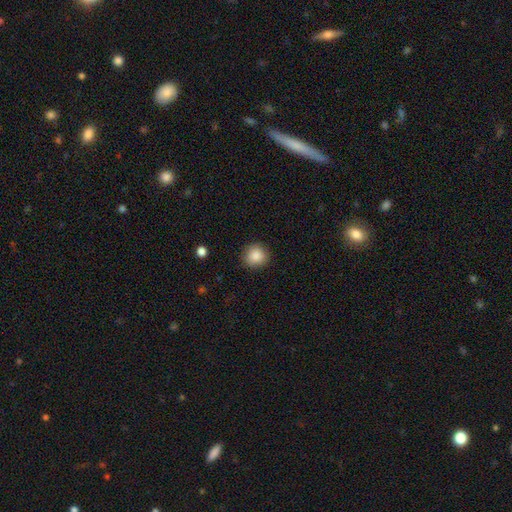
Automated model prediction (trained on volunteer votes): Smooth or featured? Predicted: smooth (p=0.87). How rounded? Predicted: round (p=0.91). Merging? Predicted: none (p=0.88).